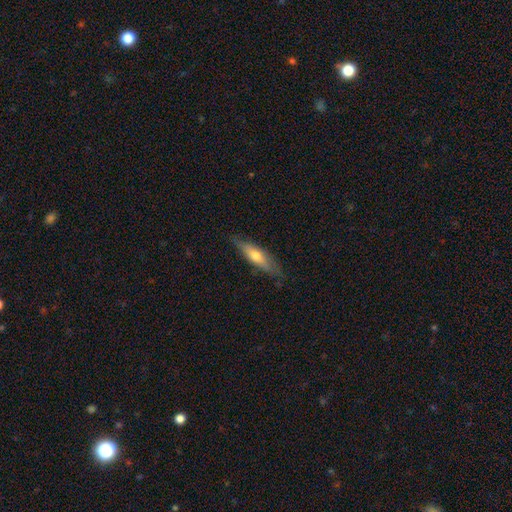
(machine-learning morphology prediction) smooth_or_featured: smooth (p=0.53) [alt: featured or disk p=0.42]
how_rounded: cigar-shaped (p=0.71) [alt: in between p=0.27]
merging: none (p=0.83) [alt: minor disturbance p=0.14]